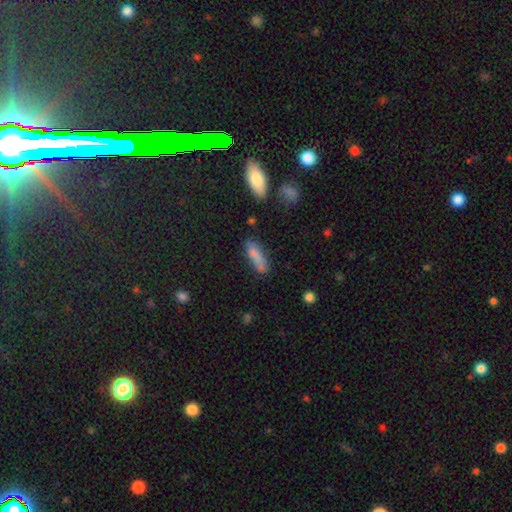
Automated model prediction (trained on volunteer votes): This is likely a smooth galaxy (79%). How rounded: likely cigar-shaped (61%). Merging: likely none (62%).